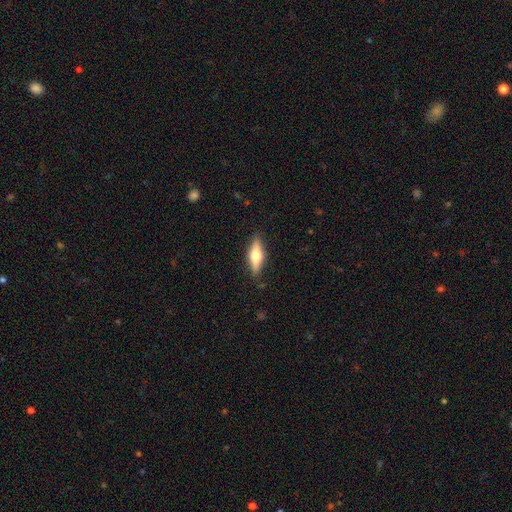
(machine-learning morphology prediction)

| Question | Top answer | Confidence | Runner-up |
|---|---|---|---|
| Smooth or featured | featured or disk | 51% | smooth (43%) |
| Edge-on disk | yes | 94% | no (6%) |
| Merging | none | 86% | minor disturbance (10%) |